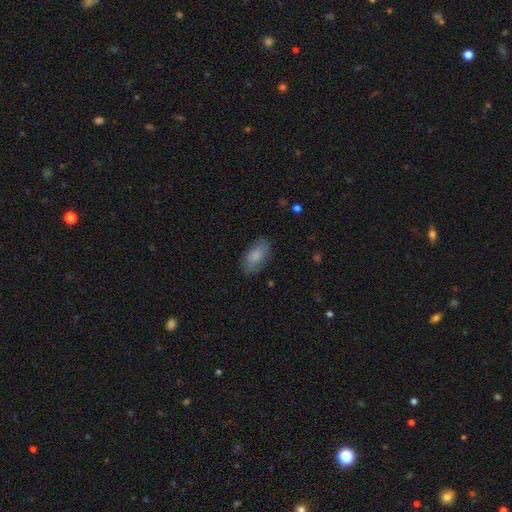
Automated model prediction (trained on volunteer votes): smooth 82%, featured or disk 12%, star or artifact 6%. Down the decision tree: how rounded — in between (92%); merging — none (80%).